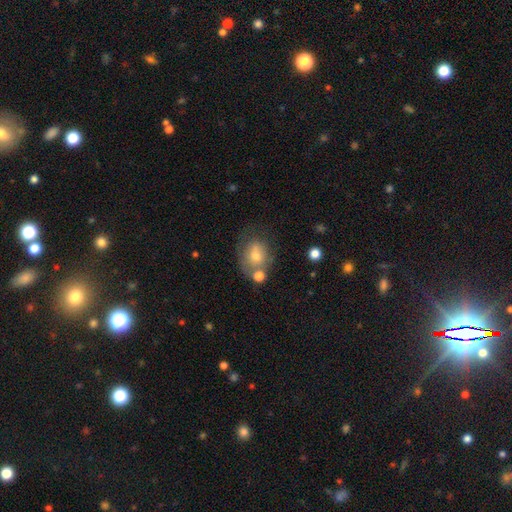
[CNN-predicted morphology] smooth 61%, featured or disk 28%, star or artifact 11%. Down the decision tree: how rounded — round (50%); merging — none (50%).